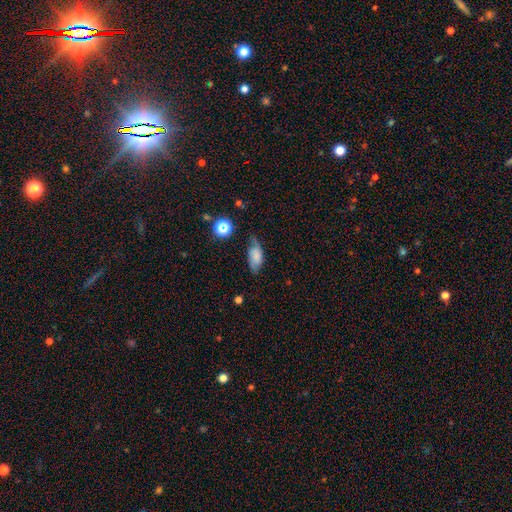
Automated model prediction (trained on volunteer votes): Morphology: type=smooth (68%); roundness=in between (87%); merging=none (53%).